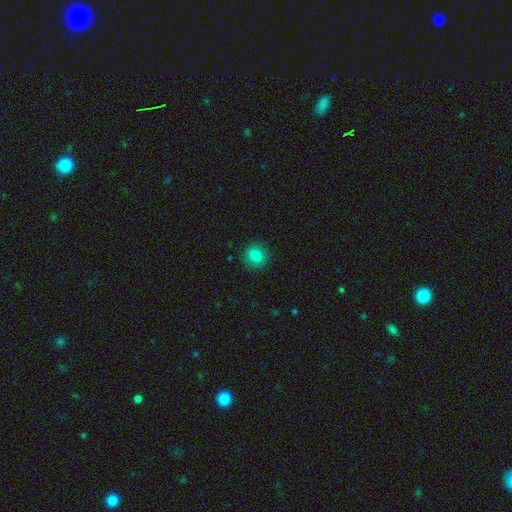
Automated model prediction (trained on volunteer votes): A smooth galaxy with no disk features (82%) that is round (89%). Merging: none (91%).